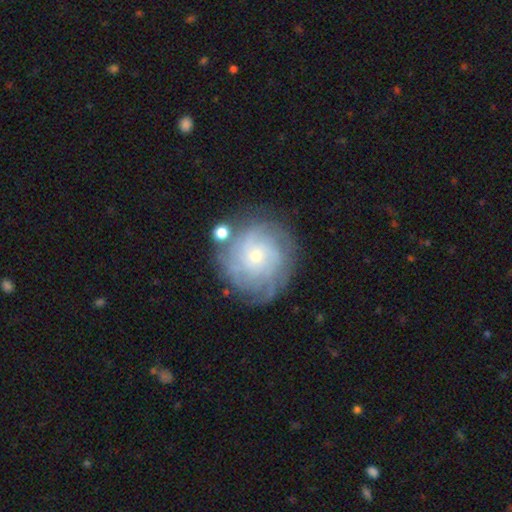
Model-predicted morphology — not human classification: A featured or disk galaxy (77%) with no bar (80%), tight (72%) spiral arms (92%) and a small central bulge (70%). Merging: none (76%).